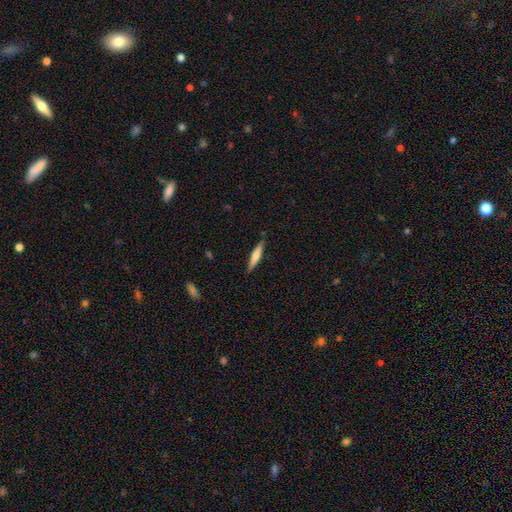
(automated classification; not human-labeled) A smooth galaxy with no disk features (59%) that is cigar-shaped (90%). Merging: none (87%).